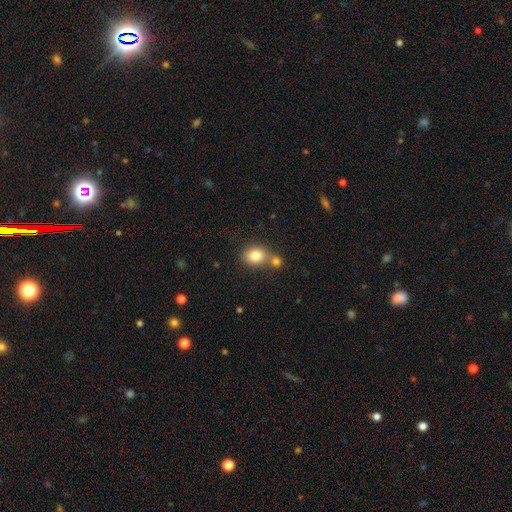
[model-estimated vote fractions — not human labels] Smooth or featured? Predicted: smooth (p=0.81). How rounded? Predicted: round (p=0.57). Merging? Predicted: none (p=0.52).